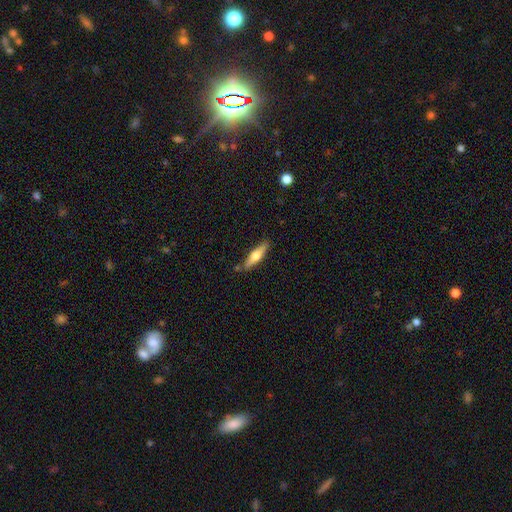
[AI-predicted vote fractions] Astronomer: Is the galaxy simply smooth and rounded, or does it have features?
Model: smooth — 49% (runner-up: featured or disk, 46%).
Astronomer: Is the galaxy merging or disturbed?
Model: none — 83%.